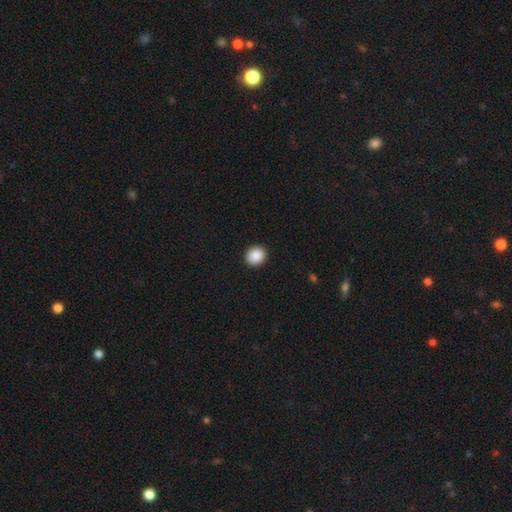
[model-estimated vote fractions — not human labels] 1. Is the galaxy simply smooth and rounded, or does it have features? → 89% smooth, 8% star or artifact, 3% featured or disk.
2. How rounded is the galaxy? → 80% round, 19% in between, 1% cigar-shaped.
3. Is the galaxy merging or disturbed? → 92% none, 5% minor disturbance, 2% major disturbance, 1% merger.